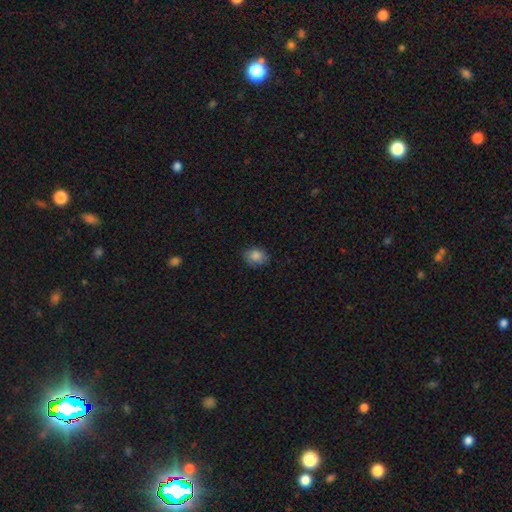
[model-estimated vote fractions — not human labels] smooth_or_featured: smooth (p=0.85) [alt: star or artifact p=0.09]
how_rounded: in between (p=0.51) [alt: round p=0.48]
merging: none (p=0.81) [alt: minor disturbance p=0.15]